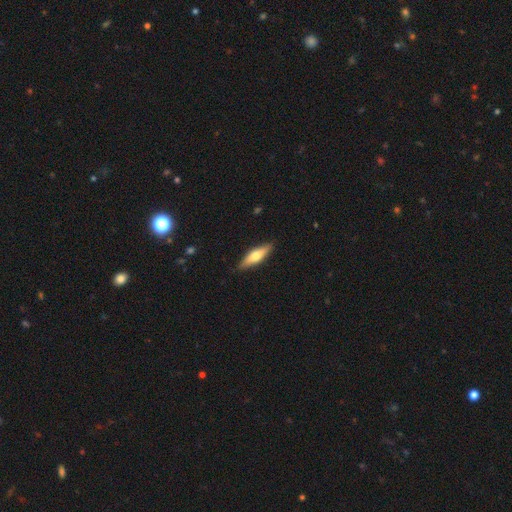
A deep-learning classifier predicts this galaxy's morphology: Q: Smooth or featured?
A: smooth (54%); runner-up: featured or disk (40%)
Q: How rounded?
A: cigar-shaped (60%); runner-up: in between (38%)
Q: Merging?
A: none (87%); runner-up: minor disturbance (10%)